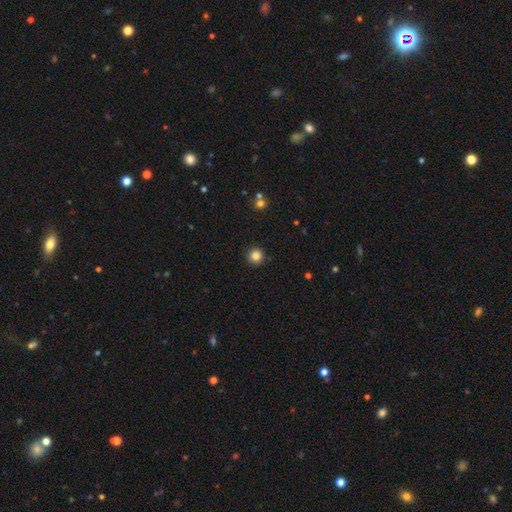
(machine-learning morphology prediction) Overall: smooth (84%). How rounded: round (96%). Merging: none (92%).